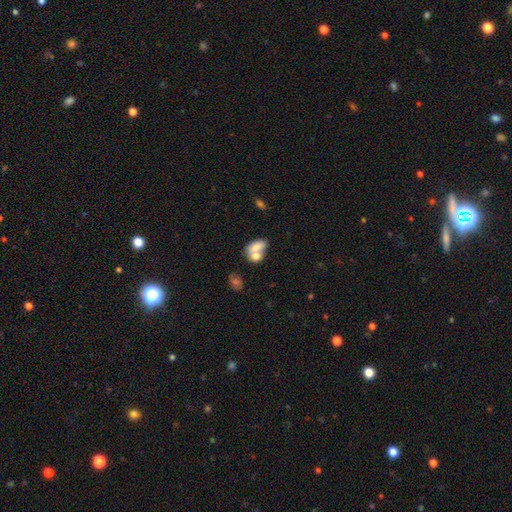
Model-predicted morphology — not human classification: Smooth or featured? smooth (71%)
How rounded? in between (78%)
Merging? merger (64%)